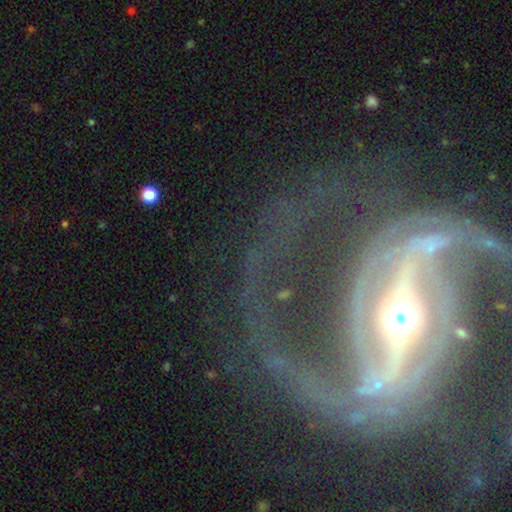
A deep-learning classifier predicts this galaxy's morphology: Q: Smooth or featured?
A: featured or disk (87%); runner-up: star or artifact (7%)
Q: Edge-on disk?
A: no (94%); runner-up: yes (6%)
Q: Bar?
A: strong (66%); runner-up: weak (21%)
Q: Spiral arms?
A: yes (91%); runner-up: no (9%)
Q: Spiral winding?
A: medium (45%); runner-up: loose (28%)
Q: Spiral arm count?
A: 2 (67%); runner-up: can't tell (10%)
Q: Bulge size?
A: moderate (60%); runner-up: small (25%)
Q: Merging?
A: none (57%); runner-up: major disturbance (25%)